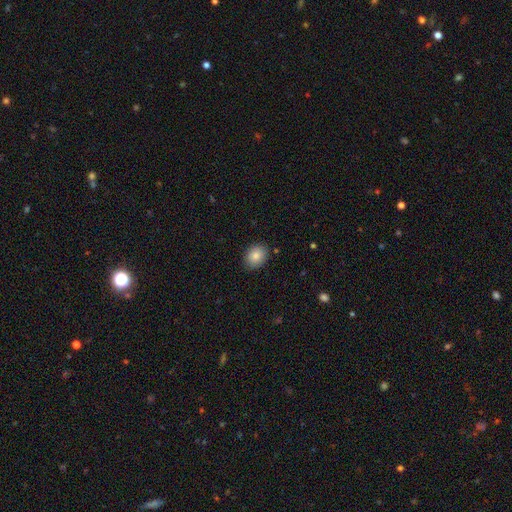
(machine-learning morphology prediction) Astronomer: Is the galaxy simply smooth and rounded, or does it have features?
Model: smooth — 85%.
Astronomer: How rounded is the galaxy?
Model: in between — 59% (runner-up: round, 40%).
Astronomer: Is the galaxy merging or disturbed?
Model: none — 88%.